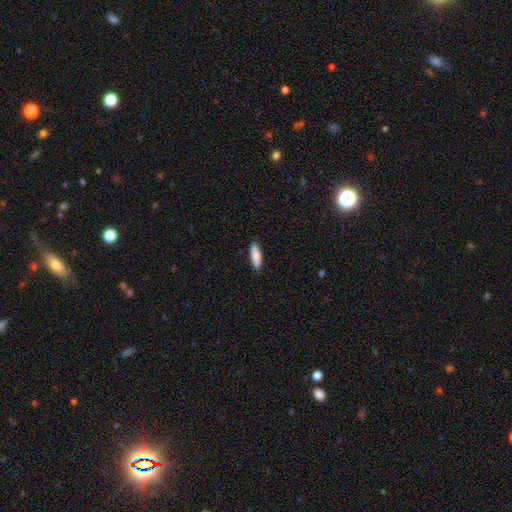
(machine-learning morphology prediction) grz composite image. It shows a smooth galaxy with no disk features (86%) that is cigar-shaped (70%). Merging: none (88%).